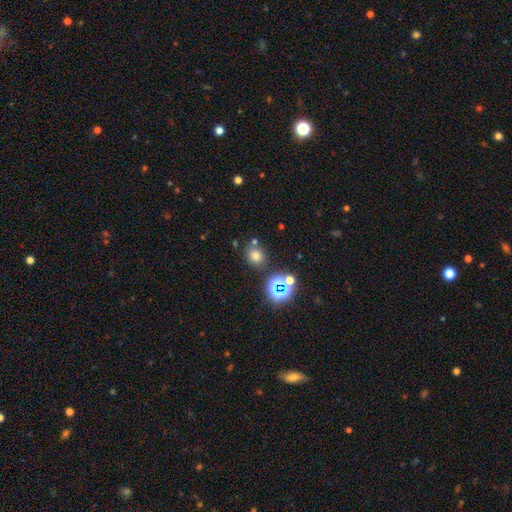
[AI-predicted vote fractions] Smooth or featured? smooth (71%)
How rounded? round (67%)
Merging? none (72%)